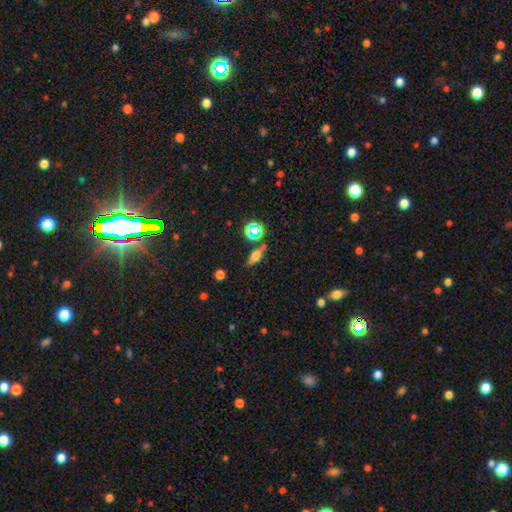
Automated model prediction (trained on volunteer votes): smooth-or-featured: smooth: 45% | featured or disk: 37% | star or artifact: 18%
  merging: none: 72% | minor disturbance: 15% | merger: 8% | major disturbance: 5%